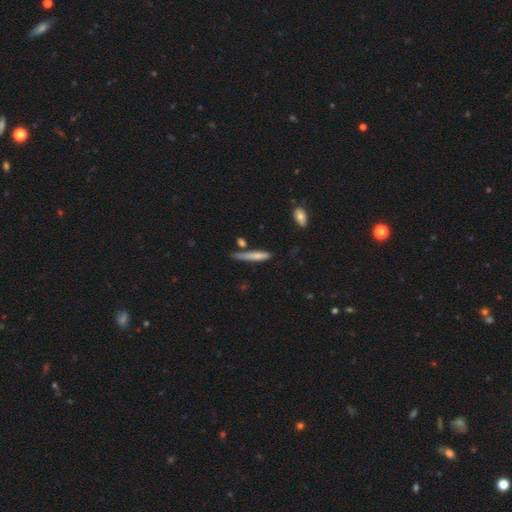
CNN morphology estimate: This is likely a smooth galaxy (71%). How rounded: clearly cigar-shaped (90%). Merging: likely none (60%).